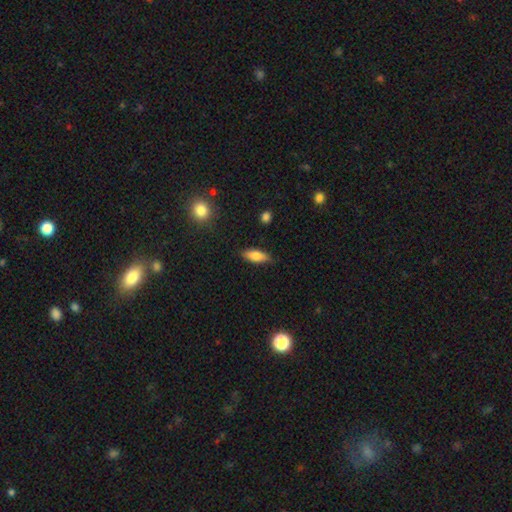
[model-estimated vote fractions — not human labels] Smooth or featured? Predicted: smooth (p=0.78). How rounded? Predicted: in between (p=0.72). Merging? Predicted: none (p=0.82).